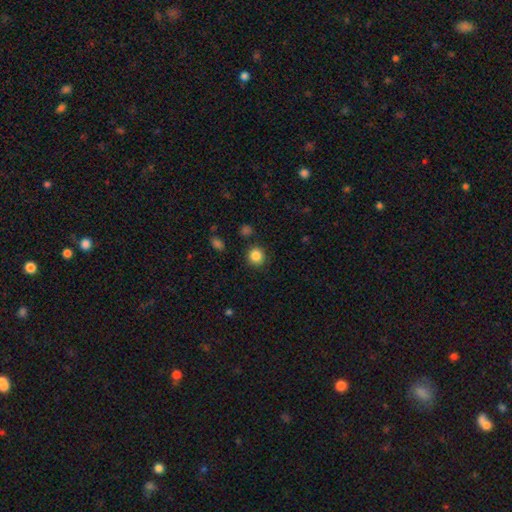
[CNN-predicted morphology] Smooth or featured: smooth — 85% (star or artifact — 10%)
How rounded: round — 91% (in between — 8%)
Merging: none — 89% (minor disturbance — 7%)